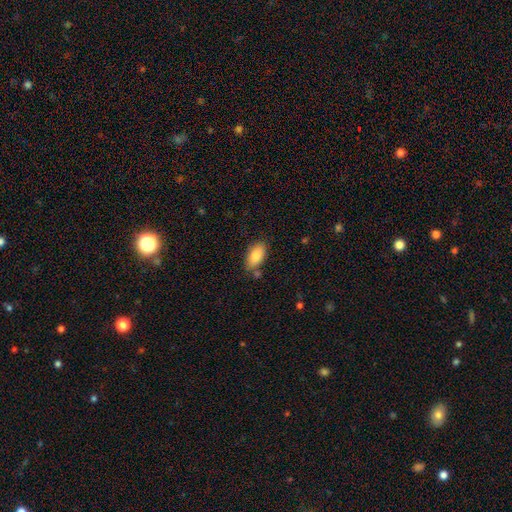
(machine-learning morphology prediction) smooth_or_featured: smooth (p=0.85) [alt: featured or disk p=0.09]
how_rounded: in between (p=0.93) [alt: cigar-shaped p=0.04]
merging: none (p=0.75) [alt: minor disturbance p=0.15]